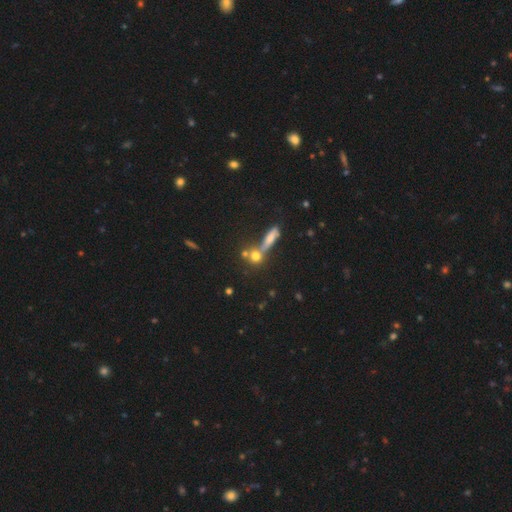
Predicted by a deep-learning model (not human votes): Smooth or featured? Predicted: smooth (p=0.65). How rounded? Predicted: round (p=0.72). Merging? Predicted: none (p=0.48).